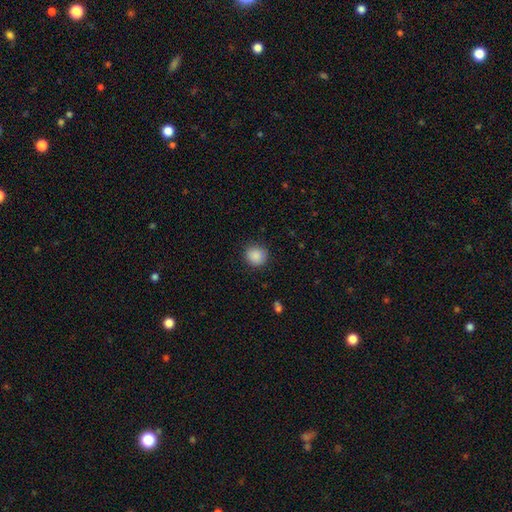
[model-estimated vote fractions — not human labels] This is clearly a smooth galaxy (88%). How rounded: clearly round (90%). Merging: clearly none (89%).